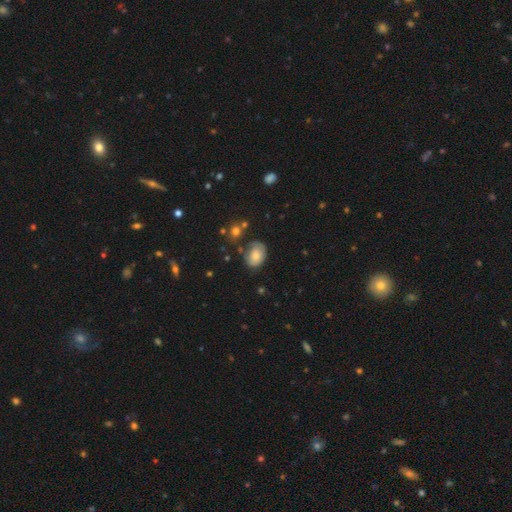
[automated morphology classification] A smooth galaxy with no disk features (73%) that is in between round and cigar-shaped (77%).

Vote fractions:
- Smooth or featured? smooth: 73% / featured or disk: 18% / star or artifact: 9%
- How rounded? in between: 77% / round: 22% / cigar-shaped: 1%
- Merging? none: 56% / minor disturbance: 29% / major disturbance: 10% / merger: 5%